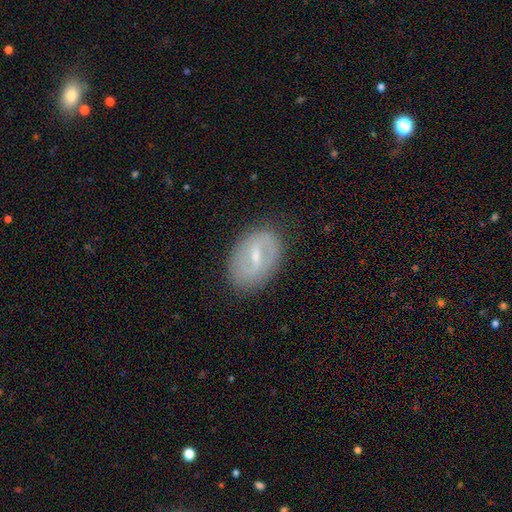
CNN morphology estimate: smooth-or-featured: featured or disk: 67% | smooth: 25% | star or artifact: 7%
  disk-edge-on: no: 93% | yes: 7%
    bar: strong: 47% | weak: 43% | no: 10%
    has-spiral-arms: yes: 53% | no: 47%
    bulge-size: small: 55% | moderate: 36% | none: 5% | large: 2% | dominant: 1%
  merging: none: 83% | minor disturbance: 12% | major disturbance: 4% | merger: 1%